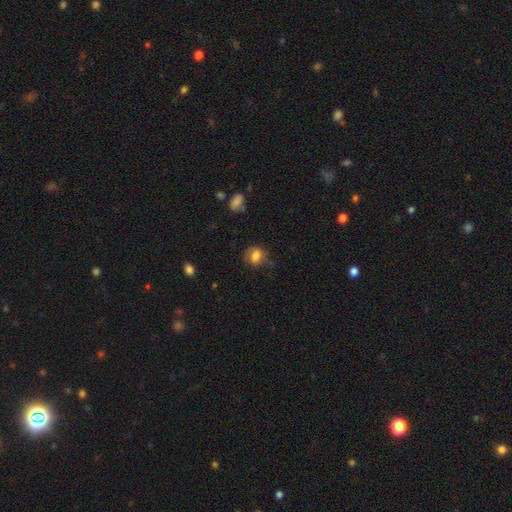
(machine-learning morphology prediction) The model was most divided on "how rounded": in between: 51%, round: 48%, cigar-shaped: 1%. More confident: smooth or featured — smooth (74%); merging — none (60%).